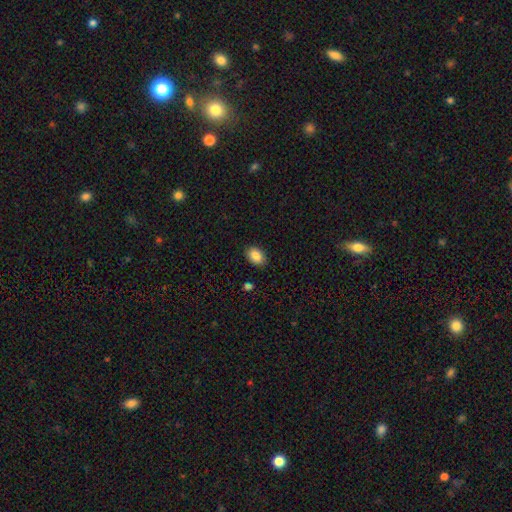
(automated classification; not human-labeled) This appears to be a smooth galaxy with no disk features (87%) that is in between round and cigar-shaped (80%). Merging: none (87%).